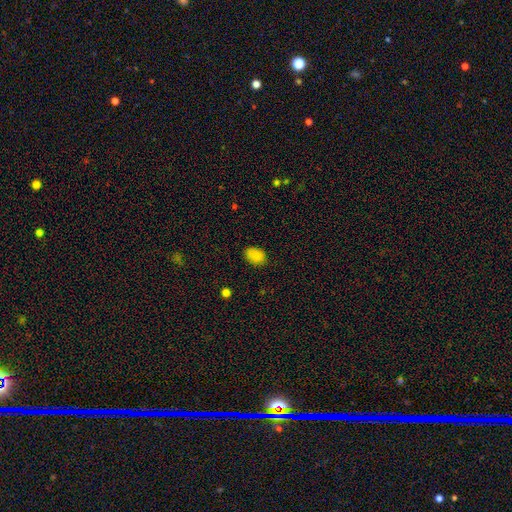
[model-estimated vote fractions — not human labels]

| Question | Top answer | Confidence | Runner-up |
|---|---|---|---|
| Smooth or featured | smooth | 86% | star or artifact (10%) |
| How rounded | in between | 77% | round (22%) |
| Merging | none | 82% | minor disturbance (14%) |